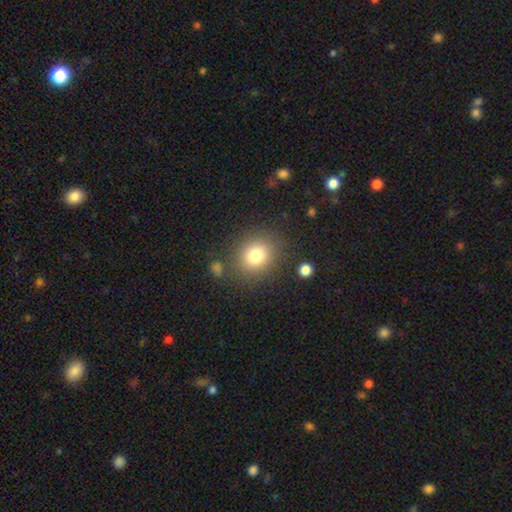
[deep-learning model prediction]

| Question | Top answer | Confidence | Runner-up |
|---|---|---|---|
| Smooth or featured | smooth | 79% | star or artifact (12%) |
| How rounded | round | 73% | in between (26%) |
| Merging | none | 83% | minor disturbance (9%) |